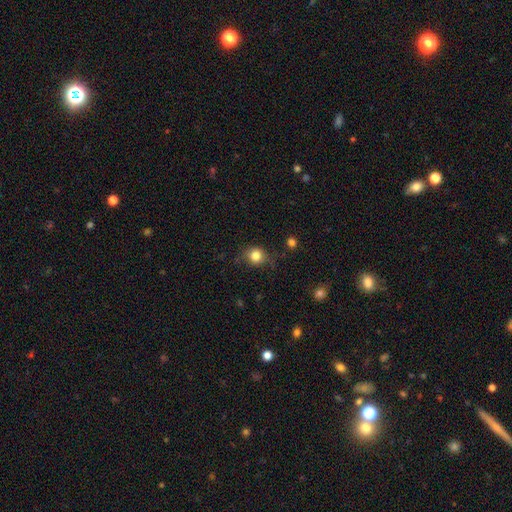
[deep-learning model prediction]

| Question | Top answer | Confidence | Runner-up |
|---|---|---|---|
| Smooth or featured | smooth | 82% | star or artifact (11%) |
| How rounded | round | 83% | in between (16%) |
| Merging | none | 75% | minor disturbance (18%) |